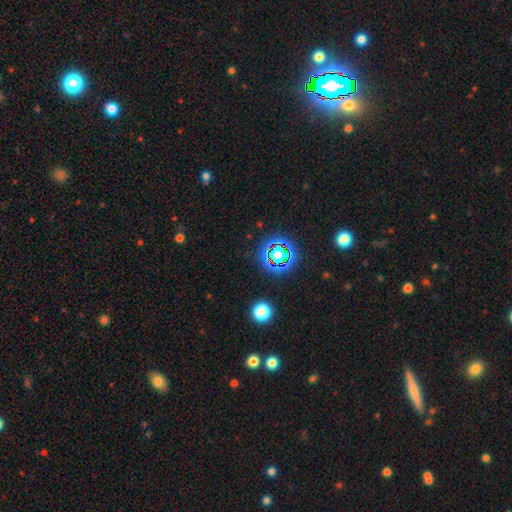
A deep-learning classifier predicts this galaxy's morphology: Overall: star or artifact (74%).